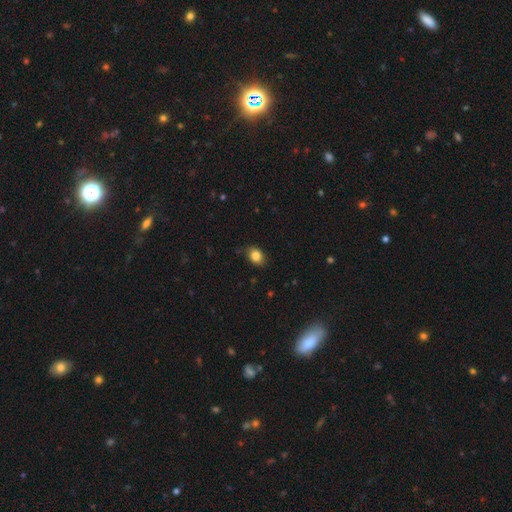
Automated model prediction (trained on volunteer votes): This appears to be a smooth galaxy with no disk features (85%) that is in between round and cigar-shaped (63%). Merging: none (79%).